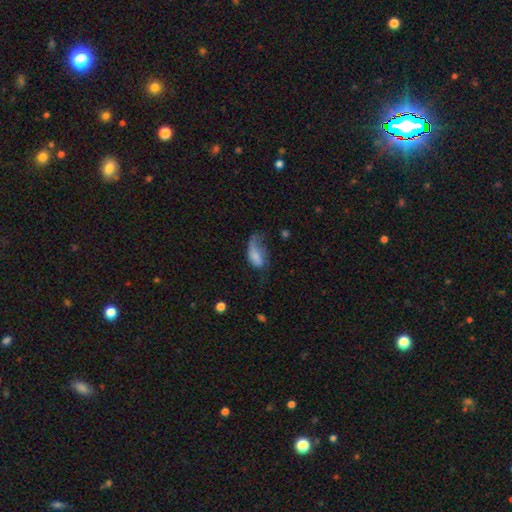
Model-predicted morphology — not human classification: smooth 69%, featured or disk 22%, star or artifact 9%. Down the decision tree: how rounded — in between (90%); merging — major disturbance (47%).